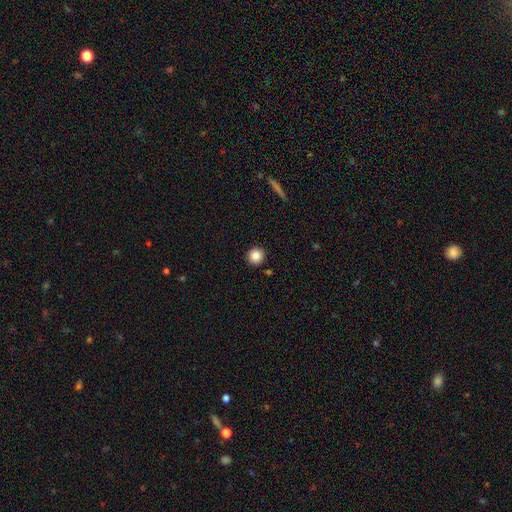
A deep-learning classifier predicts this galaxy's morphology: Q: Smooth or featured?
A: smooth (86%); runner-up: star or artifact (10%)
Q: How rounded?
A: round (95%); runner-up: in between (4%)
Q: Merging?
A: none (92%); runner-up: minor disturbance (5%)